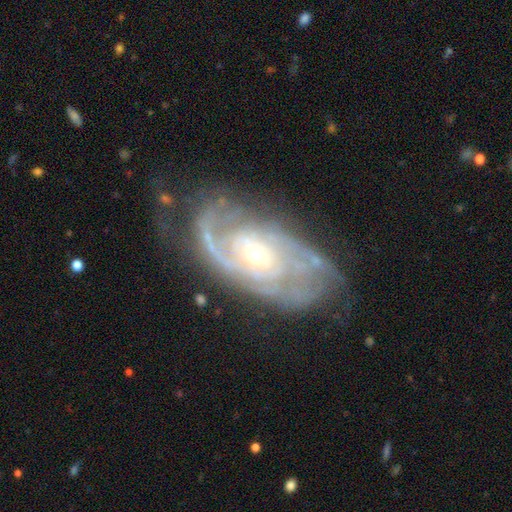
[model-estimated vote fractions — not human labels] Smooth or featured?
  - featured or disk: 88% *
  - smooth: 6%
  - star or artifact: 6%
Edge-on disk?
  - no: 95% *
  - yes: 5%
Bar?
  - no: 69% *
  - weak: 25%
  - strong: 7%
Spiral arms?
  - yes: 95% *
  - no: 5%
Spiral winding?
  - tight: 56% *
  - medium: 34%
  - loose: 10%
Spiral arm count?
  - 2: 37% *
  - can't tell: 30%
  - 3: 15%
  - 4: 7%
  - 1: 7%
  - more than 4: 5%
Bulge size?
  - small: 67% *
  - moderate: 30%
  - large: 2%
  - none: 1%
  - dominant: 1%
Merging?
  - none: 62% *
  - minor disturbance: 22%
  - major disturbance: 14%
  - merger: 2%